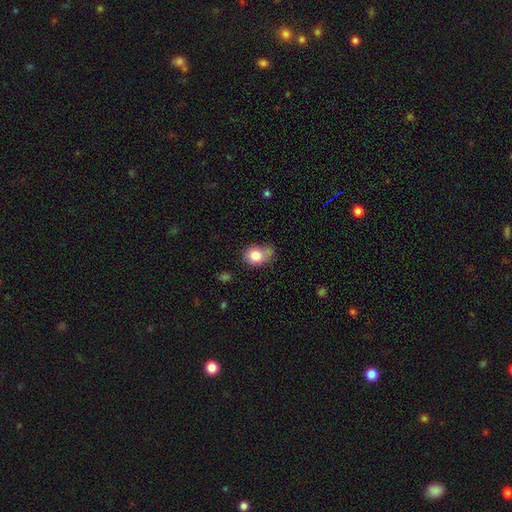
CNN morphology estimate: A smooth galaxy with no disk features (83%) that is round (58%). Merging: none (46%).